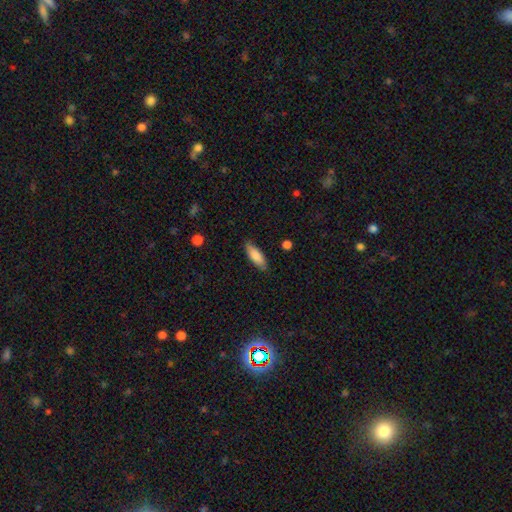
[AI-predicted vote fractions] Overall: smooth (84%). How rounded: in between (61%; cigar-shaped 37%). Merging: none (84%).